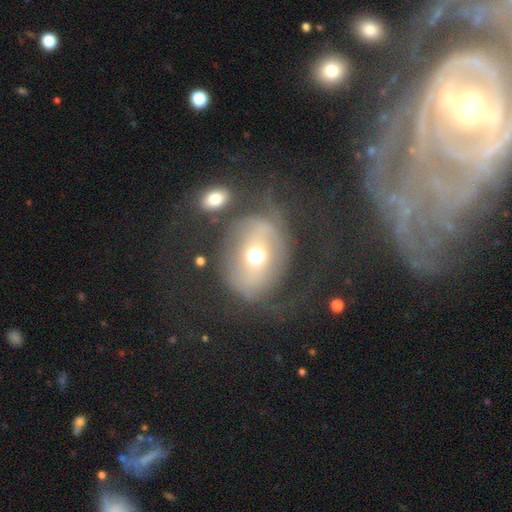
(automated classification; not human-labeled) Smooth or featured? featured or disk (56%)
Edge-on disk? no (94%)
Bar? no (51%)
Spiral arms? yes (50%, tied with no)
Bulge size? moderate (66%)
Merging? none (48%)